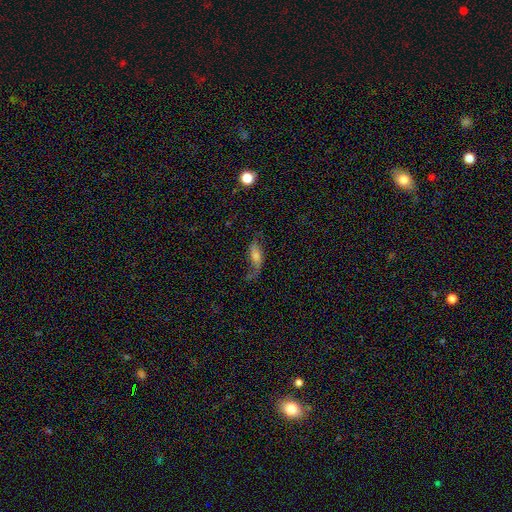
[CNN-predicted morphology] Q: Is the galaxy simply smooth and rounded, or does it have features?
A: featured or disk — 53%.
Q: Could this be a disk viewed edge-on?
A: no — 79%.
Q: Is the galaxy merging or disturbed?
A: none — 49%.